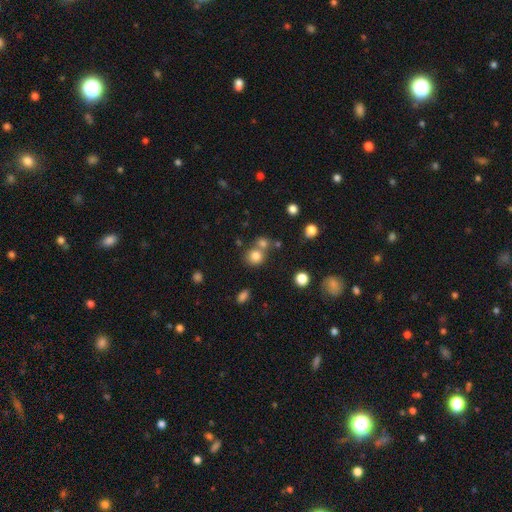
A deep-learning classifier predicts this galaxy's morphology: Smooth or featured? Predicted: smooth (p=0.79). How rounded? Predicted: round (p=0.86). Merging? Predicted: none (p=0.57).